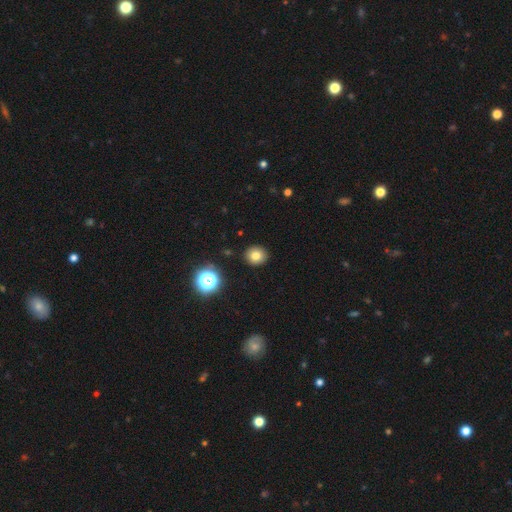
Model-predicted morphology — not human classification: This appears to be a smooth galaxy with no disk features (78%) that is round (82%). Merging: none (90%).